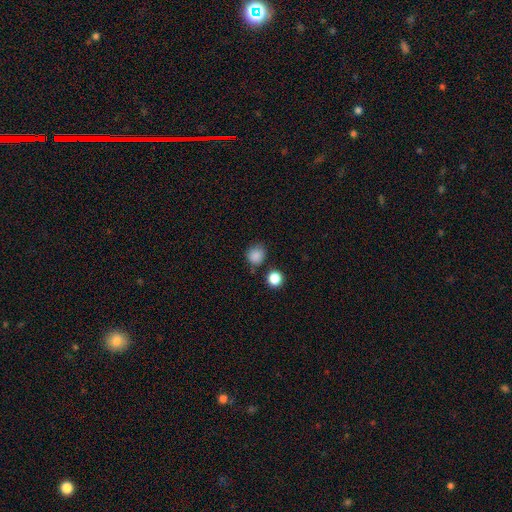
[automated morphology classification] Overall: smooth (85%). How rounded: round (84%). Merging: none (74%).